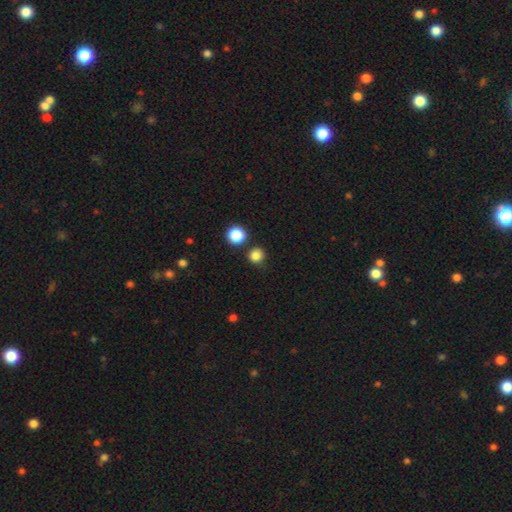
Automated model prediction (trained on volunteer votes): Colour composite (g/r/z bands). It shows a smooth galaxy with no disk features (82%) that is round (91%). Merging: none (80%).